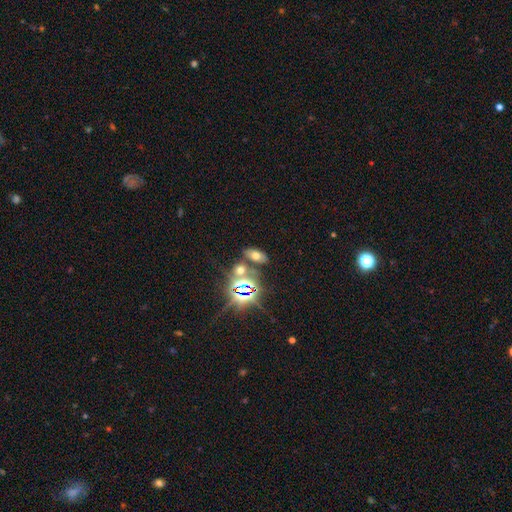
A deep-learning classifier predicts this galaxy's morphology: type=smooth (47%); merging=none (73%).